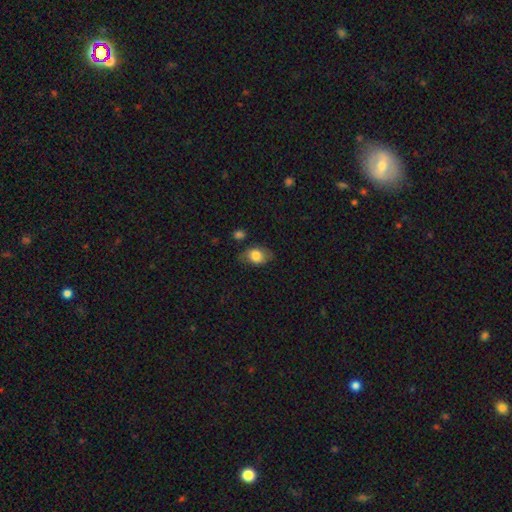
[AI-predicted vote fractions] The model was most divided on "merging": none: 69%, minor disturbance: 22%, major disturbance: 6%, merger: 3%. More confident: how rounded — in between (79%); smooth or featured — smooth (77%).